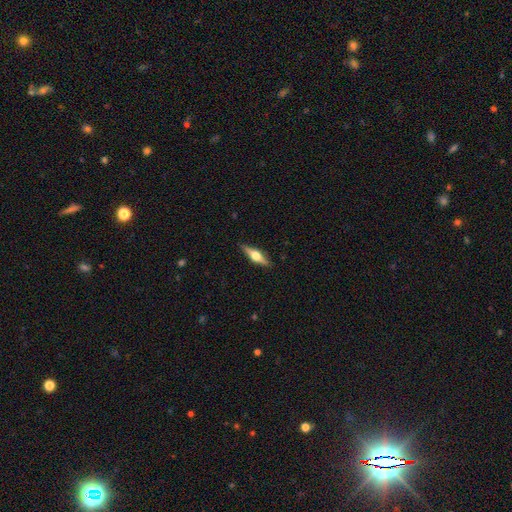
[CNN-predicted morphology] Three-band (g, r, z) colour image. It shows a featured or disk galaxy (65%) viewed edge-on (96%) with a rounded central bulge (95%). Merging: none (89%).